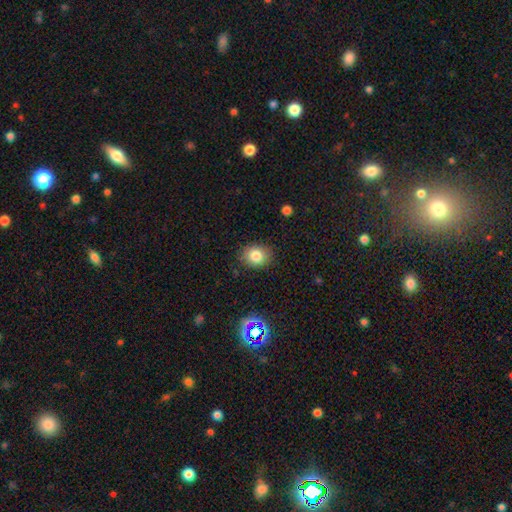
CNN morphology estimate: A smooth galaxy with no disk features (82%) that is round (57%).

Vote fractions:
- Smooth or featured? smooth: 82% / star or artifact: 11% / featured or disk: 7%
- How rounded? round: 57% / in between: 42% / cigar-shaped: 1%
- Merging? none: 85% / minor disturbance: 11% / major disturbance: 3% / merger: 1%